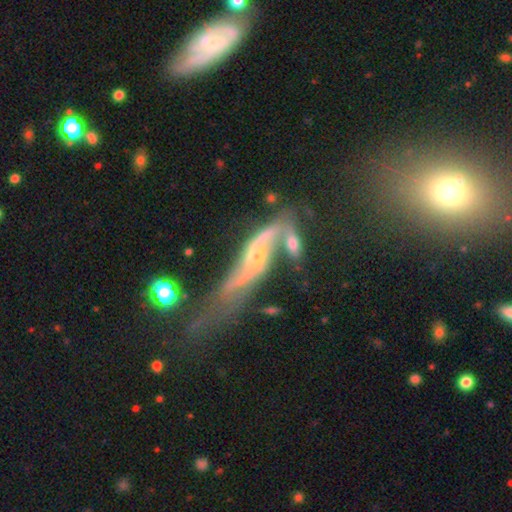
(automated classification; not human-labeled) Smooth or featured? Predicted: featured or disk (p=0.80). Edge-on disk? Predicted: no (p=0.69). Bar? Predicted: no (p=0.57). Spiral arms? Predicted: yes (p=0.81). Bulge size? Predicted: small (p=0.56). Merging? Predicted: merger (p=0.31).